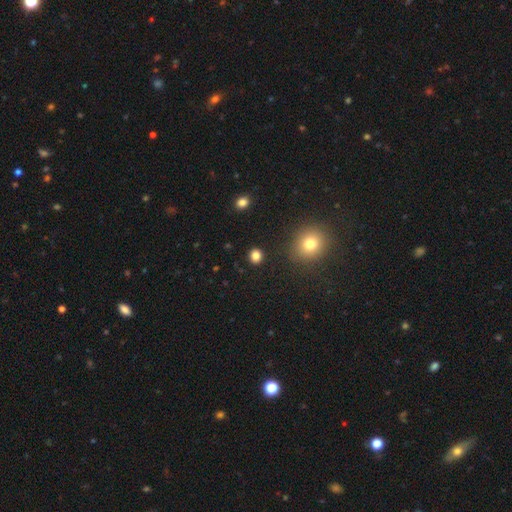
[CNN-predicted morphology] A smooth galaxy with no disk features (83%) that is round (80%).

Vote fractions:
- Smooth or featured? smooth: 83% / star or artifact: 13% / featured or disk: 4%
- How rounded? round: 80% / in between: 19% / cigar-shaped: 1%
- Merging? none: 90% / minor disturbance: 6% / major disturbance: 2% / merger: 2%